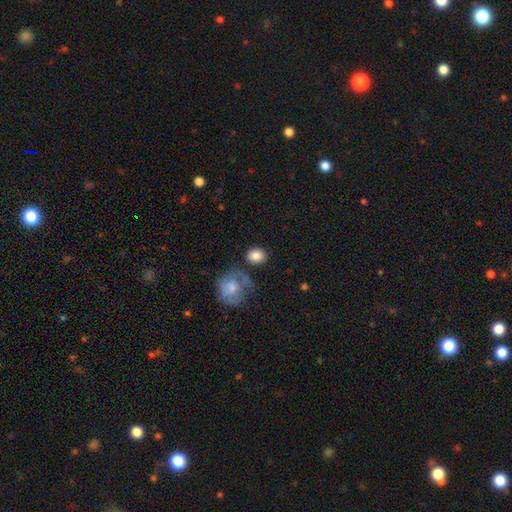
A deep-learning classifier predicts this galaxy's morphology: Smooth or featured? Predicted: smooth (p=0.85). How rounded? Predicted: round (p=0.51). Merging? Predicted: none (p=0.73).